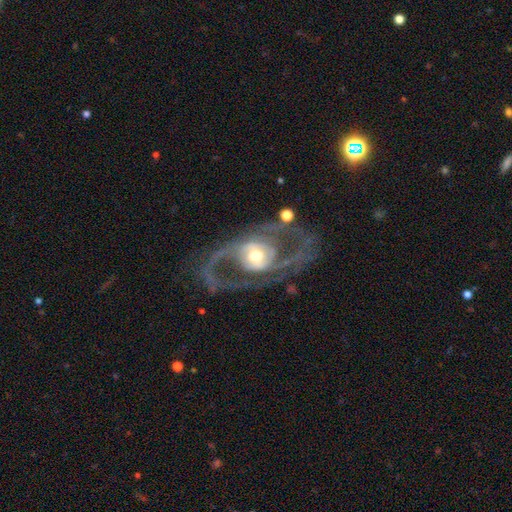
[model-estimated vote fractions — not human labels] This is clearly a featured or disk galaxy (82%). It is clearly not viewed edge-on (94%). Bar: possibly no (55%). Spiral arm pattern: likely yes (71%). Spiral arm count: likely 2 (68%). Spiral winding: marginally medium (45%). Central bulge: likely moderate (64%). Merging: possibly none (53%).